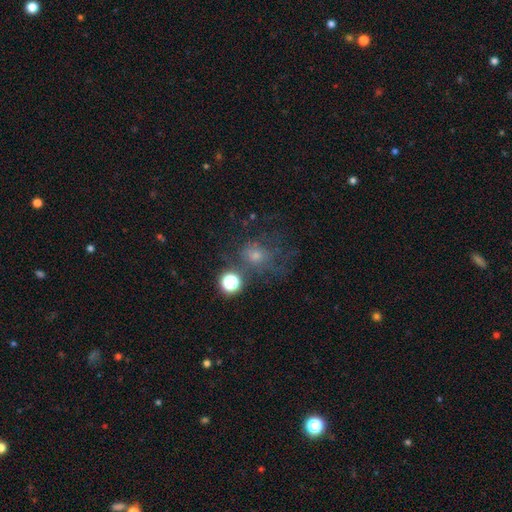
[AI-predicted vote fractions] A smooth galaxy with no disk features (49%).

Vote fractions:
- Smooth or featured? smooth: 49% / star or artifact: 26% / featured or disk: 25%
- Merging? none: 47% / major disturbance: 24% / minor disturbance: 18% / merger: 11%